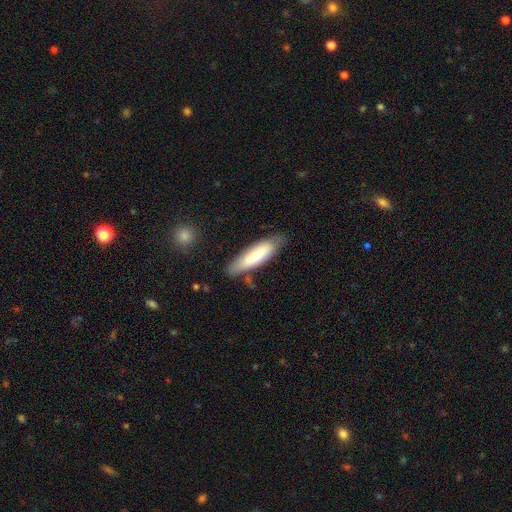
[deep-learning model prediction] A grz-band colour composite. It shows a smooth galaxy with no disk features (76%) that is cigar-shaped (64%). Merging: none (72%).